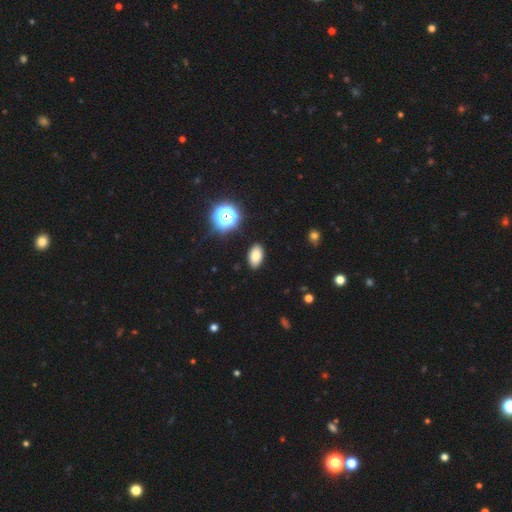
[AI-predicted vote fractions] Smooth or featured?
  - smooth: 79% *
  - star or artifact: 13%
  - featured or disk: 8%
How rounded?
  - in between: 91% *
  - round: 7%
  - cigar-shaped: 2%
Merging?
  - none: 89% *
  - minor disturbance: 8%
  - major disturbance: 2%
  - merger: 1%